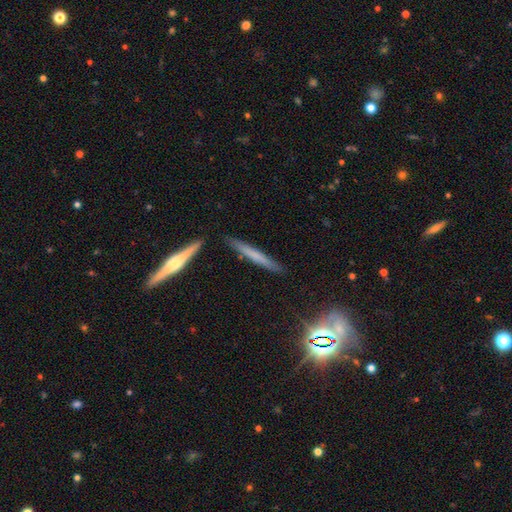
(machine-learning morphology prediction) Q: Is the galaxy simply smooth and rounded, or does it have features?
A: smooth — 56%.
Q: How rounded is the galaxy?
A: cigar-shaped — 95%.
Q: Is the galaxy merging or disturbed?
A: none — 86%.